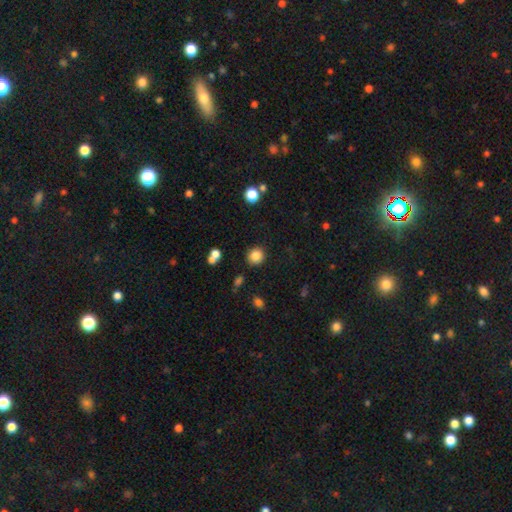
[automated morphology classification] This is clearly a smooth galaxy (84%). How rounded: clearly round (88%). Merging: clearly none (88%).